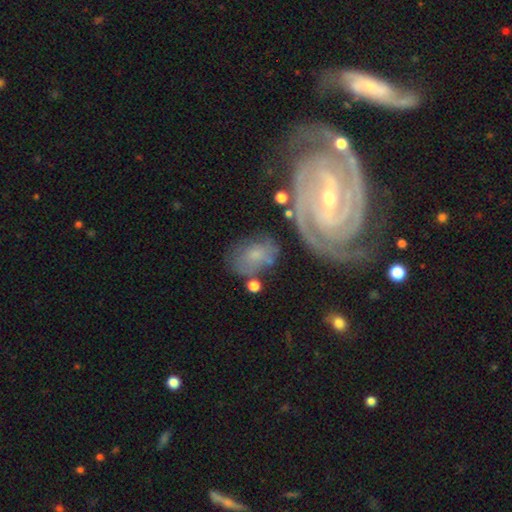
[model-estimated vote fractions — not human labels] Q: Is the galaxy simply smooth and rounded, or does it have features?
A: featured or disk — 47%.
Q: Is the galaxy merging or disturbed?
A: none — 58%.